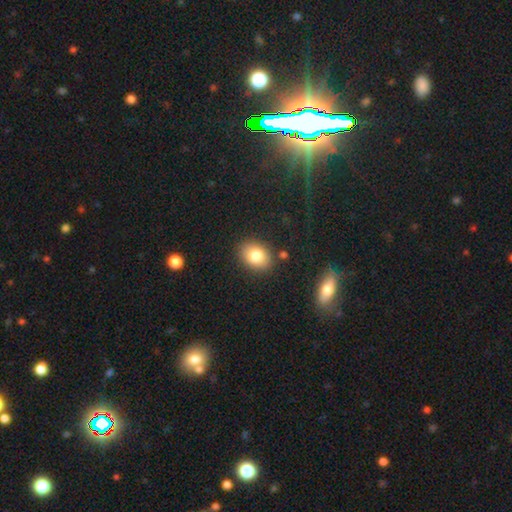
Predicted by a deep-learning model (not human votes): This appears to be a smooth galaxy with no disk features (81%) that is in between round and cigar-shaped (62%). Merging: none (85%).